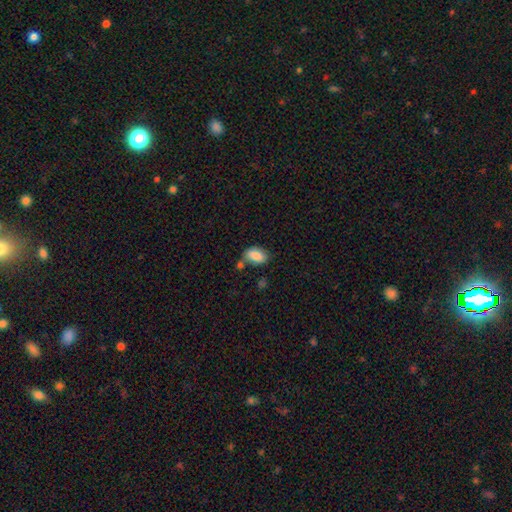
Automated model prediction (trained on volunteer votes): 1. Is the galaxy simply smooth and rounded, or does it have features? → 85% smooth, 8% star or artifact, 7% featured or disk.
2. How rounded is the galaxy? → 89% in between, 9% round, 2% cigar-shaped.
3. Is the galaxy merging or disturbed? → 55% none, 21% minor disturbance, 17% merger, 6% major disturbance.